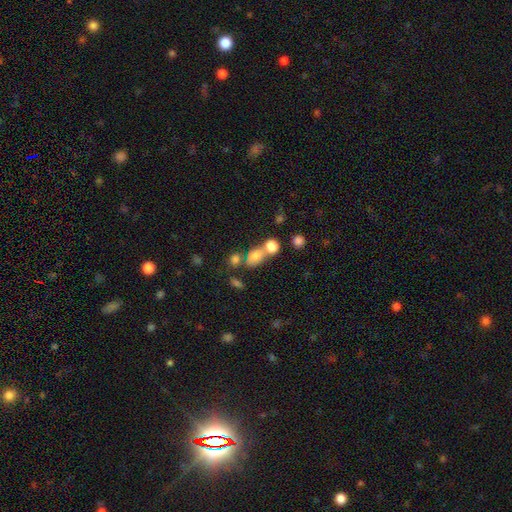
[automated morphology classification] smooth_or_featured: smooth (p=0.75) [alt: star or artifact p=0.13]
how_rounded: in between (p=0.59) [alt: round p=0.38]
merging: merger (p=0.45) [alt: none p=0.39]